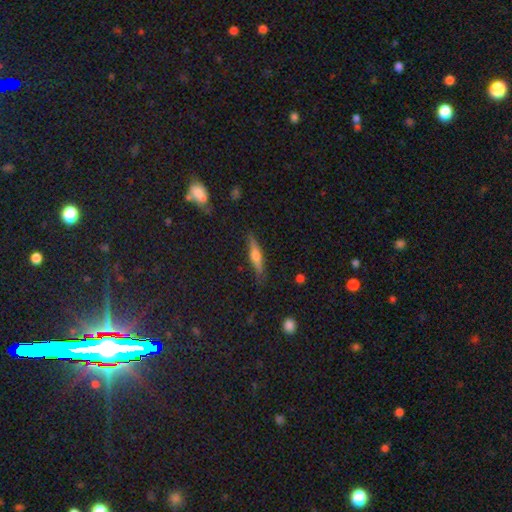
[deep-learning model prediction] Smooth or featured? featured or disk (49%)
Merging? none (85%)